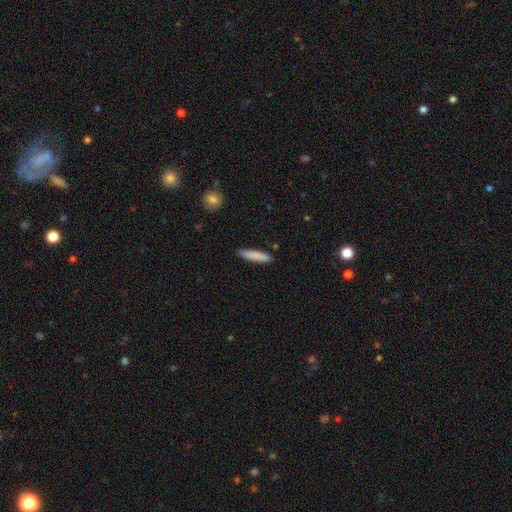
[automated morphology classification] smooth_or_featured: smooth (p=0.85) [alt: featured or disk p=0.09]
how_rounded: cigar-shaped (p=0.83) [alt: in between p=0.16]
merging: none (p=0.87) [alt: minor disturbance p=0.10]